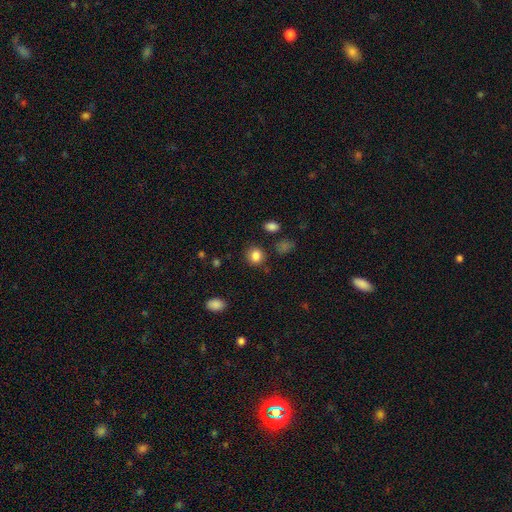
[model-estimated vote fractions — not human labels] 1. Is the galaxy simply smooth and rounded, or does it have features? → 85% smooth, 10% star or artifact, 5% featured or disk.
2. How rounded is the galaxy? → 81% round, 18% in between, 1% cigar-shaped.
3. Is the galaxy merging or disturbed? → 85% none, 9% minor disturbance, 3% major disturbance, 3% merger.